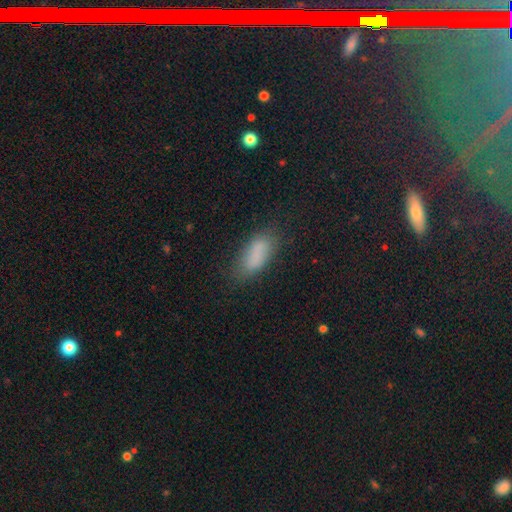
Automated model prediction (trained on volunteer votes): This appears to be a smooth galaxy with no disk features (79%) that is in between round and cigar-shaped (80%). Merging: none (65%).